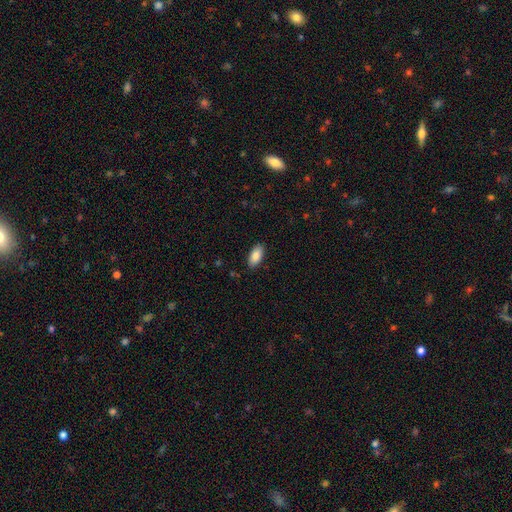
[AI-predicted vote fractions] This is clearly a smooth galaxy (87%). How rounded: clearly in between (92%). Merging: clearly none (88%).